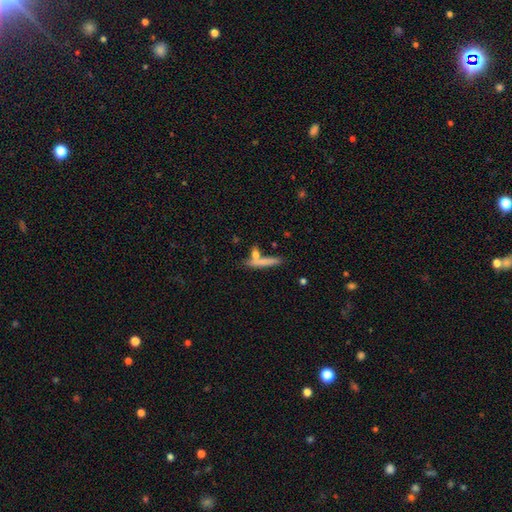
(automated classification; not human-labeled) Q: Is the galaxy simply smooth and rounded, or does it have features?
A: smooth — 68%.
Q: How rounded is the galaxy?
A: cigar-shaped — 81%.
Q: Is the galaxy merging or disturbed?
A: none — 60%.